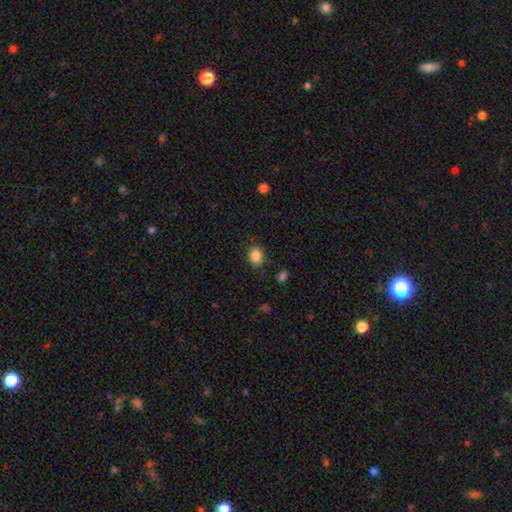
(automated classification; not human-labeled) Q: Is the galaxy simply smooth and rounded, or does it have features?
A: smooth — 86%.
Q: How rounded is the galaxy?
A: round — 67%.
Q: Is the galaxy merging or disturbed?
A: none — 82%.